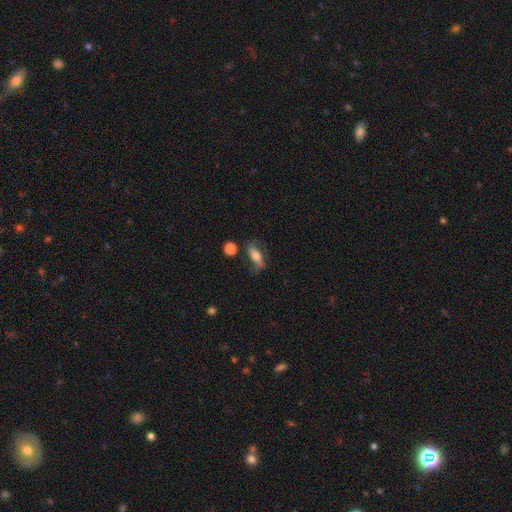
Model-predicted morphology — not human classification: Smooth or featured? Predicted: smooth (p=0.53). How rounded? Predicted: in between (p=0.68). Merging? Predicted: none (p=0.56).